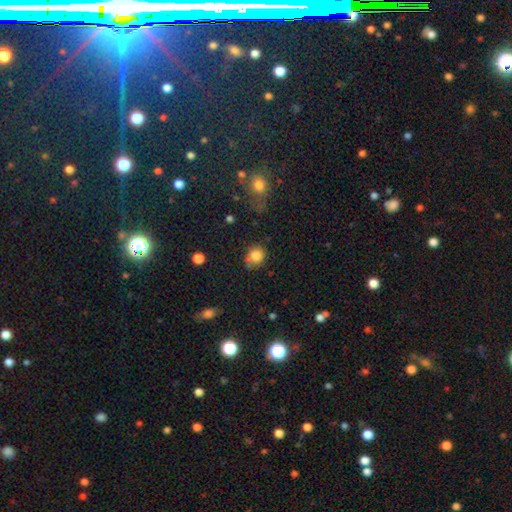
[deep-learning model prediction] A smooth galaxy with no disk features (83%) that is round (83%).

Vote fractions:
- Smooth or featured? smooth: 83% / star or artifact: 11% / featured or disk: 7%
- How rounded? round: 83% / in between: 16% / cigar-shaped: 1%
- Merging? none: 67% / minor disturbance: 18% / merger: 10% / major disturbance: 5%